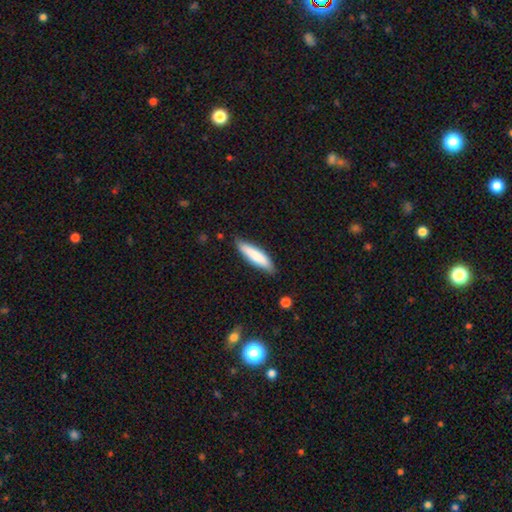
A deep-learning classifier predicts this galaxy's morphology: smooth-or-featured: smooth: 78% | featured or disk: 16% | star or artifact: 5%
  how-rounded: cigar-shaped: 77% | in between: 22% | round: 1%
  merging: none: 81% | minor disturbance: 15% | major disturbance: 2% | merger: 1%